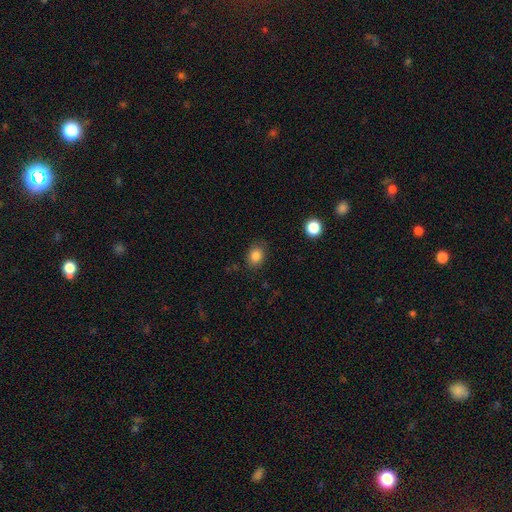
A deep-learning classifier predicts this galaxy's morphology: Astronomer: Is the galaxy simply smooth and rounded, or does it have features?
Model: smooth — 84%.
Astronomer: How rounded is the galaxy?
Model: in between — 54% (runner-up: round, 45%).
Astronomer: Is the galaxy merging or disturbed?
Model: none — 81%.